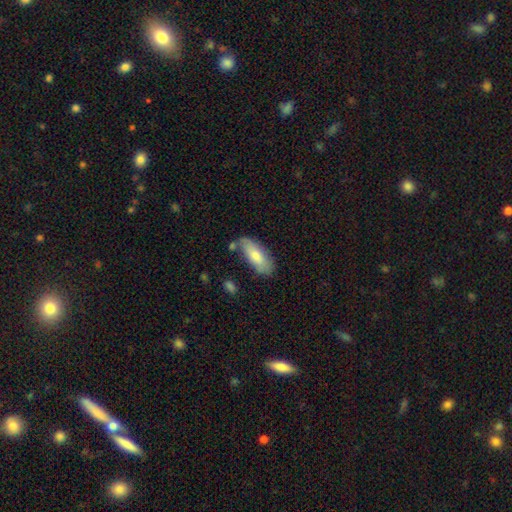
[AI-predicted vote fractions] Morphology: type=smooth (74%); roundness=in between (77%); merging=none (67%).